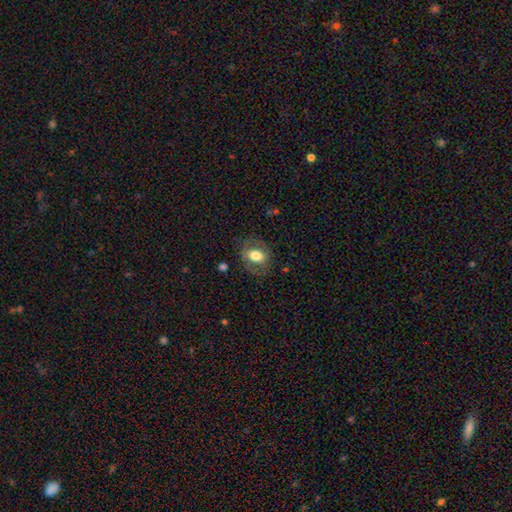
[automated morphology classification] A smooth galaxy with no disk features (59%) that is in between round and cigar-shaped (66%).

Vote fractions:
- Smooth or featured? smooth: 59% / featured or disk: 33% / star or artifact: 8%
- How rounded? in between: 66% / round: 33% / cigar-shaped: 1%
- Merging? none: 74% / minor disturbance: 15% / major disturbance: 9% / merger: 1%